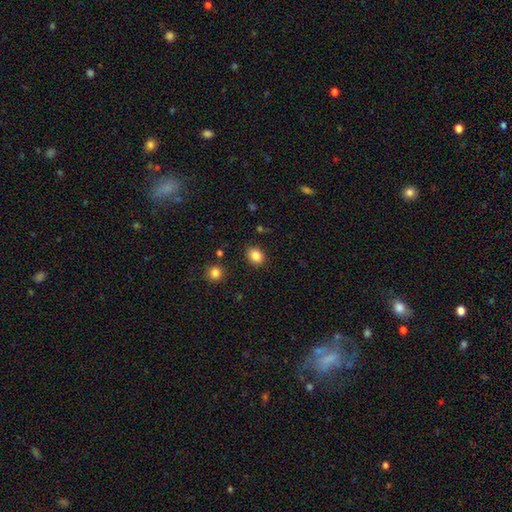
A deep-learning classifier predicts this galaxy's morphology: Q: Smooth or featured?
A: smooth (86%); runner-up: star or artifact (9%)
Q: How rounded?
A: in between (56%); runner-up: round (43%)
Q: Merging?
A: none (85%); runner-up: minor disturbance (10%)